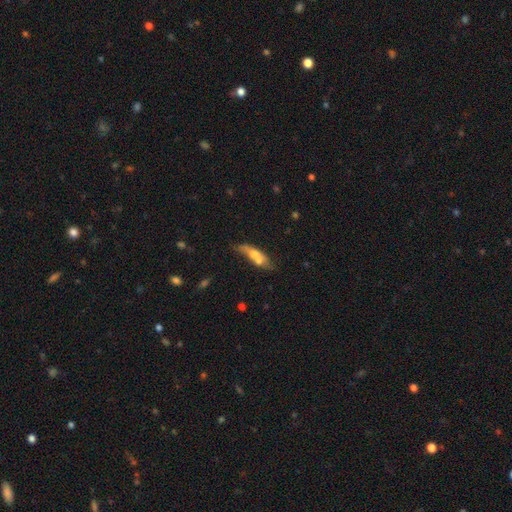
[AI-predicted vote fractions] This appears to be a smooth galaxy with no disk features (55%) that is cigar-shaped (53%). Merging: none (36%).